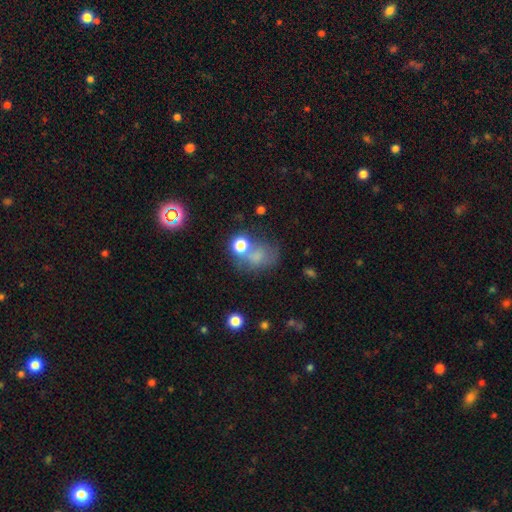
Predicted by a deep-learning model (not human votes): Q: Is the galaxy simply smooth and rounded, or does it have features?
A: smooth — 61%.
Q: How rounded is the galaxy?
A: in between — 51%.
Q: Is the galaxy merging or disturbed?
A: none — 37%.